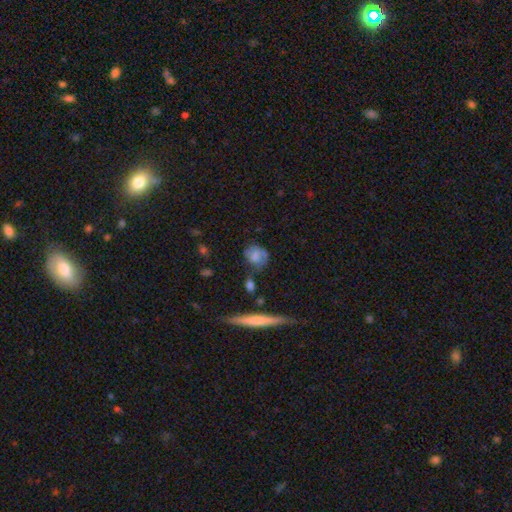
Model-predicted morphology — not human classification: Smooth or featured?
  - smooth: 59% *
  - featured or disk: 31%
  - star or artifact: 10%
How rounded?
  - round: 51% *
  - in between: 45%
  - cigar-shaped: 4%
Merging?
  - none: 47% *
  - minor disturbance: 27%
  - major disturbance: 17%
  - merger: 9%